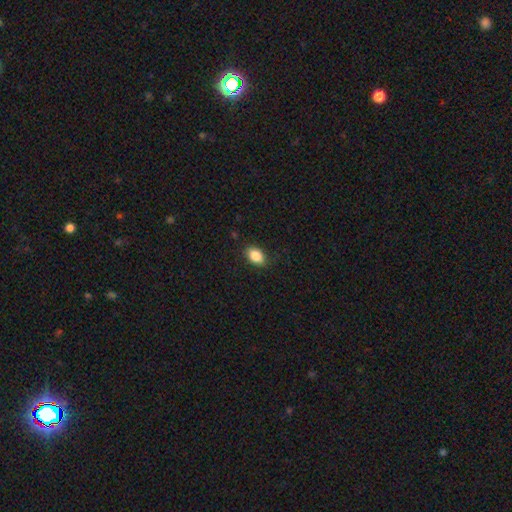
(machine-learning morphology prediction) This appears to be a smooth galaxy with no disk features (87%) that is in between round and cigar-shaped (85%). Merging: none (86%).